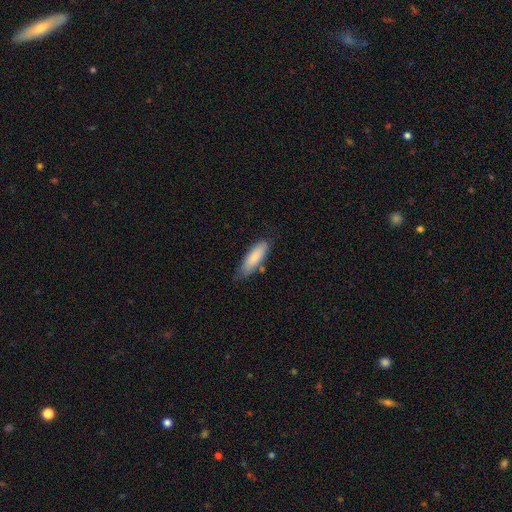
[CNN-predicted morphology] Smooth or featured: smooth — 83% (featured or disk — 11%)
How rounded: cigar-shaped — 51% (in between — 48%)
Merging: none — 73% (minor disturbance — 20%)